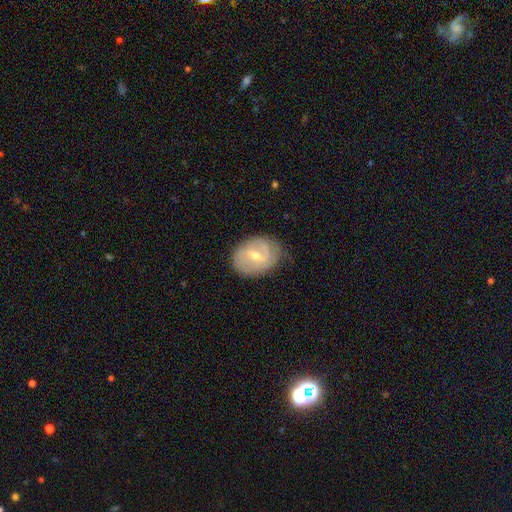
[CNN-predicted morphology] featured or disk 65%, smooth 28%, star or artifact 7%. Down the decision tree: edge-on disk — no (95%); bar — weak (55%); spiral arms — yes (72%); bulge size — moderate (52%); merging — none (67%).